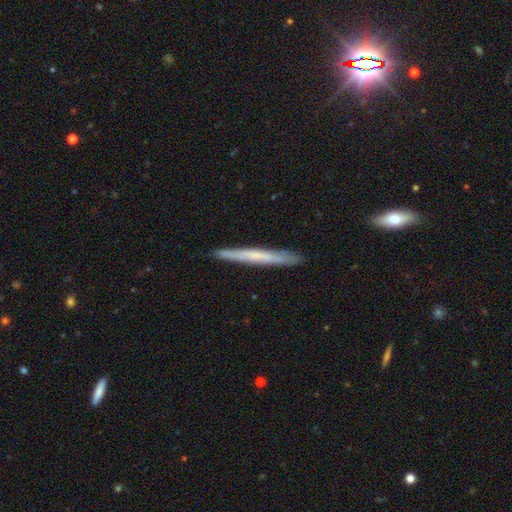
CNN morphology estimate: Smooth or featured?
  - smooth: 47% * (tied)
  - featured or disk: 47% * (tied)
  - star or artifact: 6%
Merging?
  - none: 89% *
  - minor disturbance: 9%
  - major disturbance: 1%
  - merger: 1%